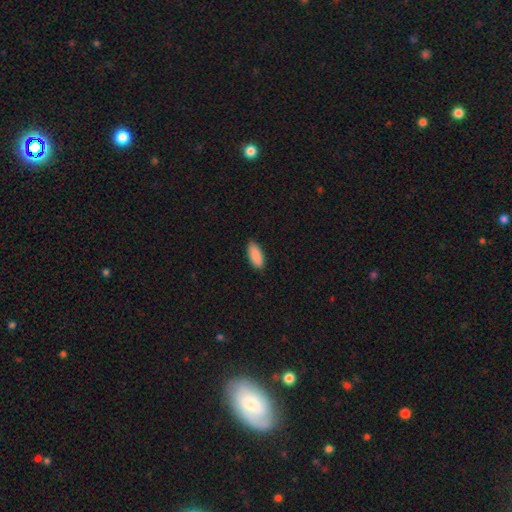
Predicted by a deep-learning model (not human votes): Smooth or featured? smooth (90%)
How rounded? in between (87%)
Merging? none (85%)